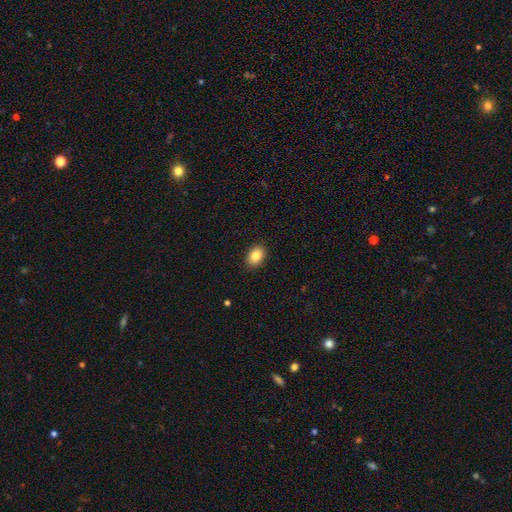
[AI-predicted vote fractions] smooth 85%, star or artifact 8%, featured or disk 7%. Down the decision tree: how rounded — in between (81%); merging — none (90%).